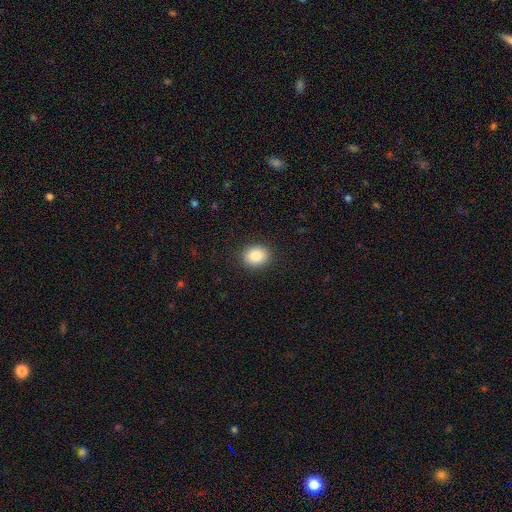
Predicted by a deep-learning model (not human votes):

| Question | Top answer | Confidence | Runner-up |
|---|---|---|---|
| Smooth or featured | smooth | 85% | star or artifact (9%) |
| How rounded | round | 54% | in between (46%) |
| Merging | none | 90% | minor disturbance (7%) |